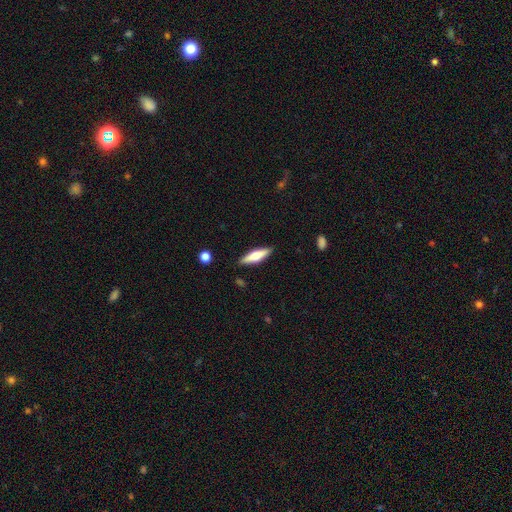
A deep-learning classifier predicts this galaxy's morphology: Smooth or featured: smooth — 50% (featured or disk — 44%)
How rounded: cigar-shaped — 67% (in between — 31%)
Merging: none — 88% (minor disturbance — 9%)